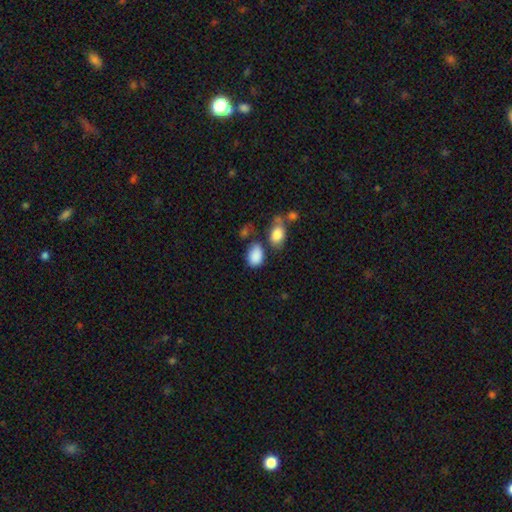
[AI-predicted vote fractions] Smooth or featured: smooth — 87% (star or artifact — 8%)
How rounded: in between — 82% (round — 16%)
Merging: none — 57% (minor disturbance — 20%)